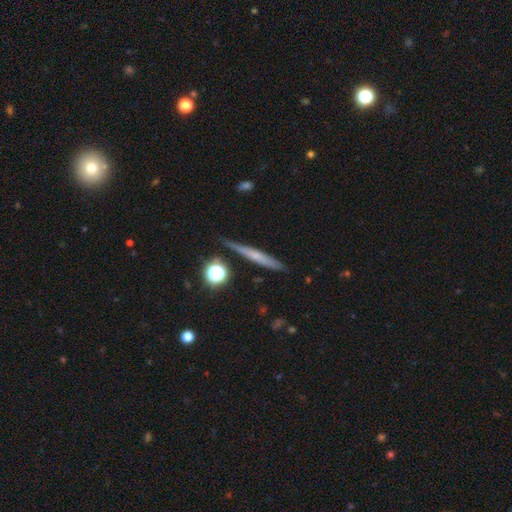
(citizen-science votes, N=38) Q: Smooth or featured?
A: smooth (53%); runner-up: featured or disk (45%)
Q: How rounded?
A: cigar-shaped (95%); runner-up: in between (5%)
Q: Merging?
A: none (78%); runner-up: minor disturbance (16%)